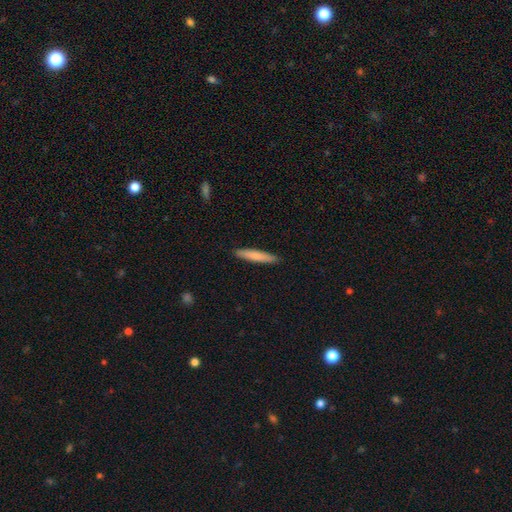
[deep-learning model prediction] The model was most divided on "smooth or featured": smooth: 76%, featured or disk: 18%, star or artifact: 6%. More confident: how rounded — cigar-shaped (92%); merging — none (90%).